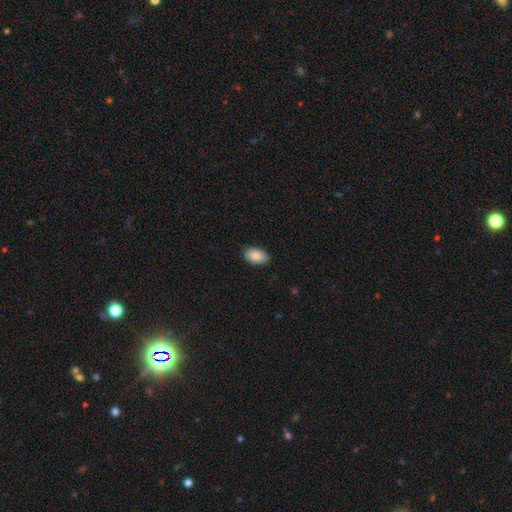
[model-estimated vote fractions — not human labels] Smooth or featured? Predicted: smooth (p=0.85). How rounded? Predicted: in between (p=0.93). Merging? Predicted: none (p=0.85).